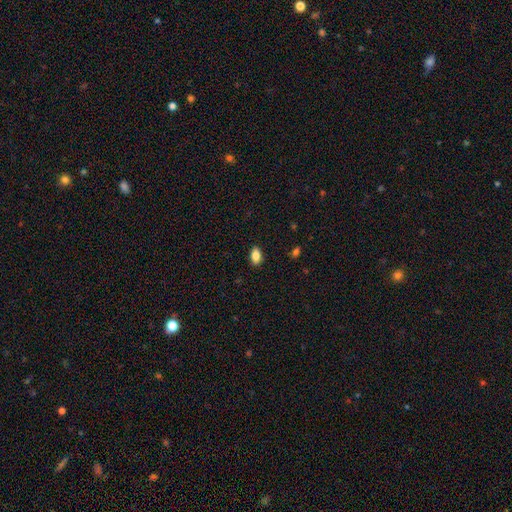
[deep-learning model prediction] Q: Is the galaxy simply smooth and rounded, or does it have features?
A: smooth — 86%.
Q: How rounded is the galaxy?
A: in between — 90%.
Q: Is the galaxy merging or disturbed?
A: none — 88%.